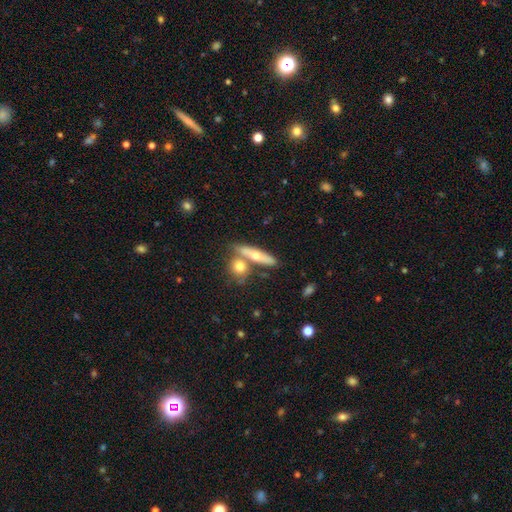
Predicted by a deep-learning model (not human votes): This is possibly a smooth galaxy (50%). How rounded: likely cigar-shaped (67%). Merging: possibly none (59%).